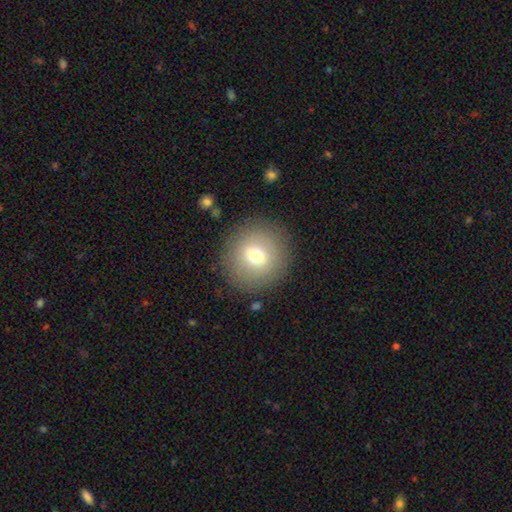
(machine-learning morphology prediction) type=smooth (71%); roundness=round (94%); merging=none (88%).